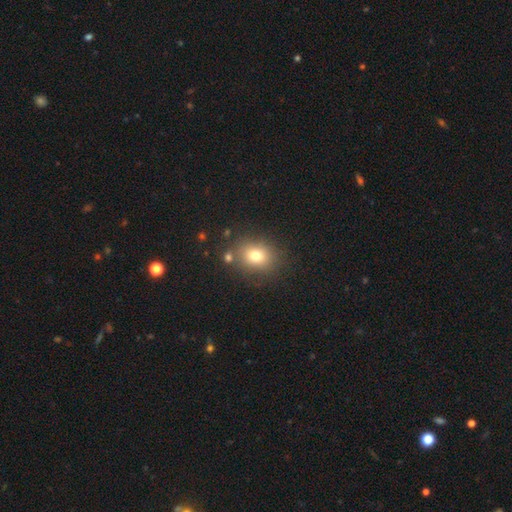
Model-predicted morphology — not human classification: smooth-or-featured: smooth: 75% | star or artifact: 14% | featured or disk: 11%
  how-rounded: round: 59% | in between: 40% | cigar-shaped: 1%
  merging: none: 78% | minor disturbance: 11% | merger: 7% | major disturbance: 4%